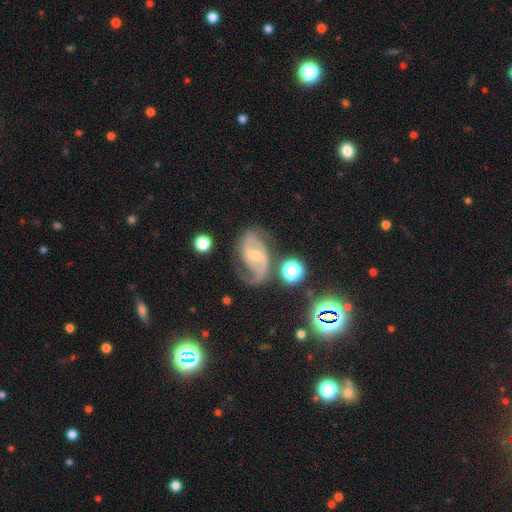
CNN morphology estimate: This is clearly a featured or disk galaxy (86%). It is clearly not viewed edge-on (97%). Bar: marginally weak (44%). Spiral arm pattern: clearly yes (96%). Spiral arm count: clearly 2 (85%). Spiral winding: possibly medium (53%). Central bulge: possibly small (54%). Merging: likely none (66%).